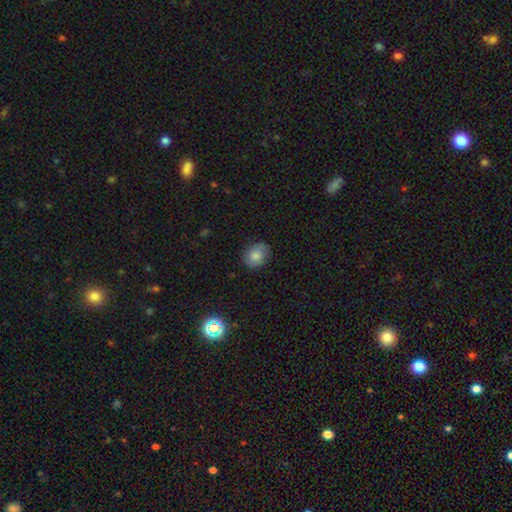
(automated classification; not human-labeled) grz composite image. It shows a smooth galaxy with no disk features (80%) that is in between round and cigar-shaped (54%). Merging: none (80%).